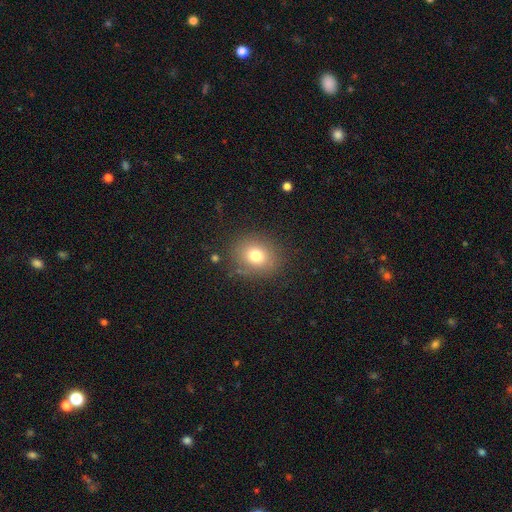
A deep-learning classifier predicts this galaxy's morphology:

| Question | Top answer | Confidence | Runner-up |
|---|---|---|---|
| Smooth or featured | smooth | 76% | star or artifact (13%) |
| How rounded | round | 72% | in between (27%) |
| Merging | none | 84% | minor disturbance (10%) |